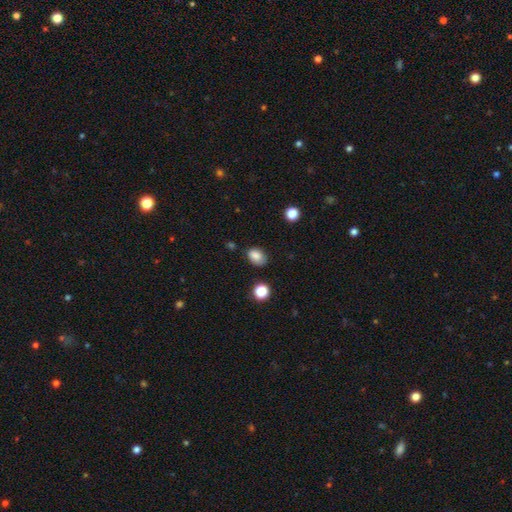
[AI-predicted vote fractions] Morphology: type=smooth (85%); roundness=in between (75%); merging=none (73%).